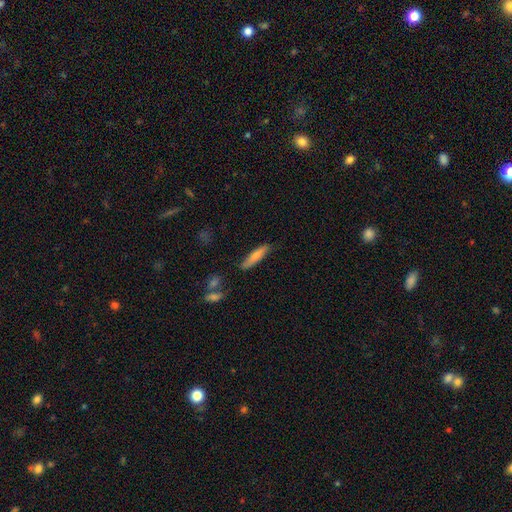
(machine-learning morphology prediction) Smooth or featured?
  - smooth: 74% *
  - featured or disk: 20%
  - star or artifact: 6%
How rounded?
  - cigar-shaped: 81% *
  - in between: 17%
  - round: 2%
Merging?
  - none: 83% *
  - minor disturbance: 13%
  - major disturbance: 2%
  - merger: 2%